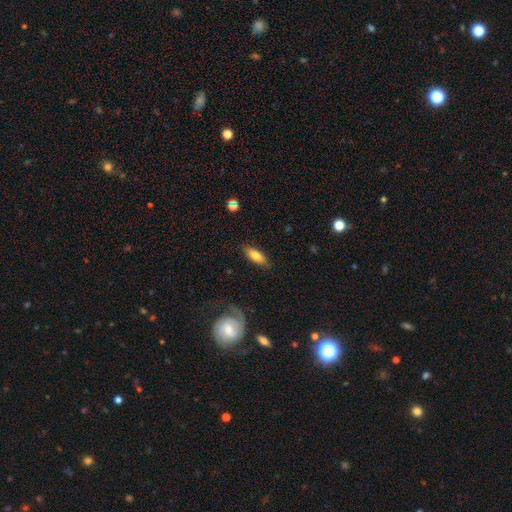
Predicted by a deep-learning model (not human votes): Smooth or featured: smooth — 71% (featured or disk — 23%)
How rounded: in between — 69% (cigar-shaped — 28%)
Merging: none — 80% (minor disturbance — 14%)